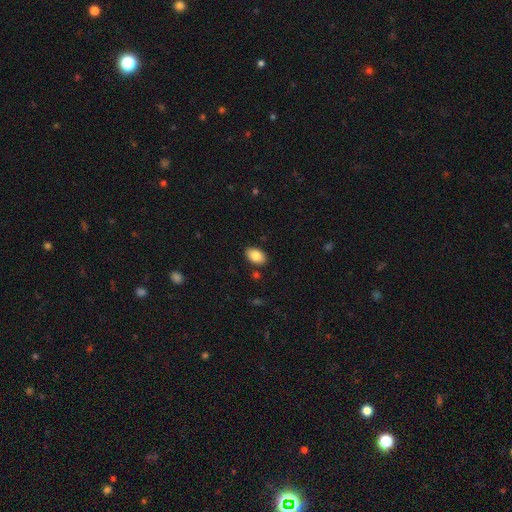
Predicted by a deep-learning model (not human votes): smooth-or-featured: smooth: 85% | featured or disk: 8% | star or artifact: 7%
  how-rounded: in between: 91% | round: 7% | cigar-shaped: 1%
  merging: none: 87% | minor disturbance: 9% | merger: 2% | major disturbance: 2%